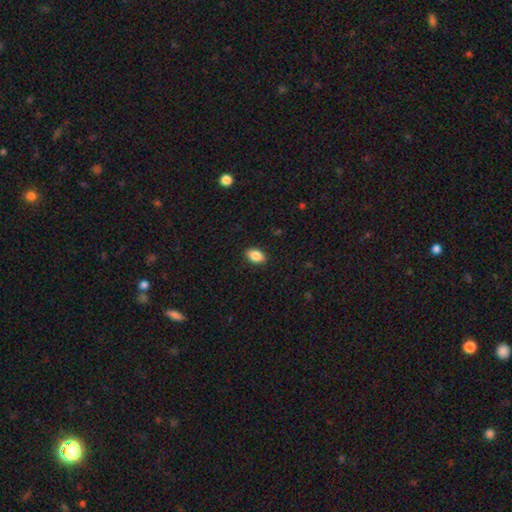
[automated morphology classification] A smooth galaxy with no disk features (87%) that is in between round and cigar-shaped (88%).

Vote fractions:
- Smooth or featured? smooth: 87% / star or artifact: 8% / featured or disk: 5%
- How rounded? in between: 88% / round: 10% / cigar-shaped: 2%
- Merging? none: 90% / minor disturbance: 7% / major disturbance: 2% / merger: 1%